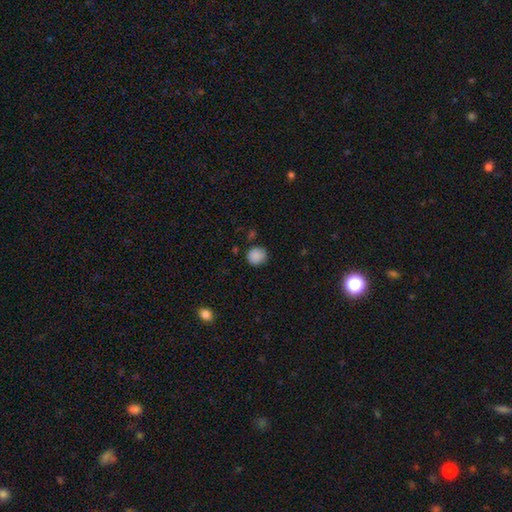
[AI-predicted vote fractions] This is clearly a smooth galaxy (88%). How rounded: clearly round (90%). Merging: clearly none (81%).